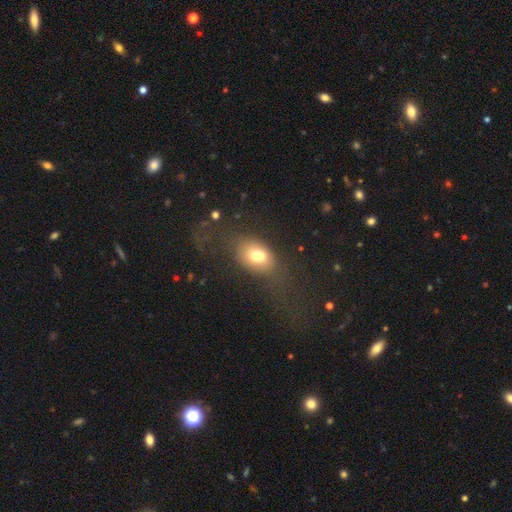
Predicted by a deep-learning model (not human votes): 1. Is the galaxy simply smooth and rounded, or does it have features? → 66% smooth, 23% featured or disk, 11% star or artifact.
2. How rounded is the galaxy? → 72% in between, 27% round, 2% cigar-shaped.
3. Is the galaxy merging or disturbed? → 36% merger, 35% none, 15% minor disturbance, 15% major disturbance.